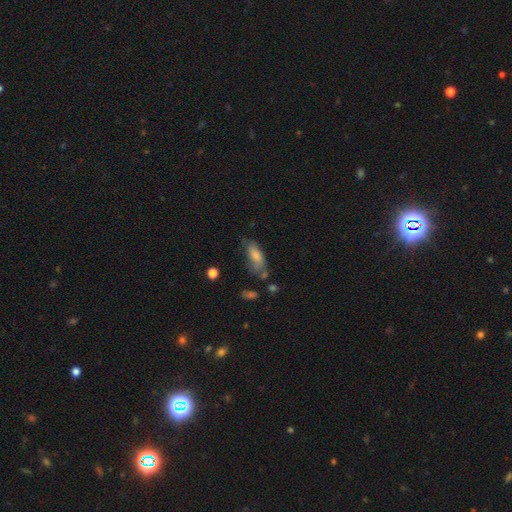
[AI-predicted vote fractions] A smooth galaxy with no disk features (76%) that is in between round and cigar-shaped (80%). Merging: none (46%).